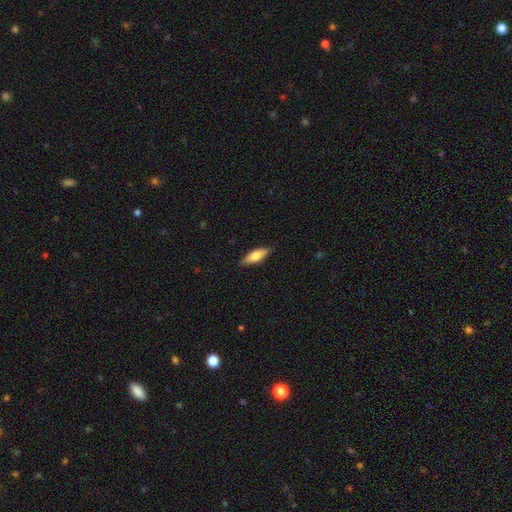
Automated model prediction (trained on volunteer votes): Smooth or featured? smooth (68%)
How rounded? in between (53%)
Merging? none (87%)